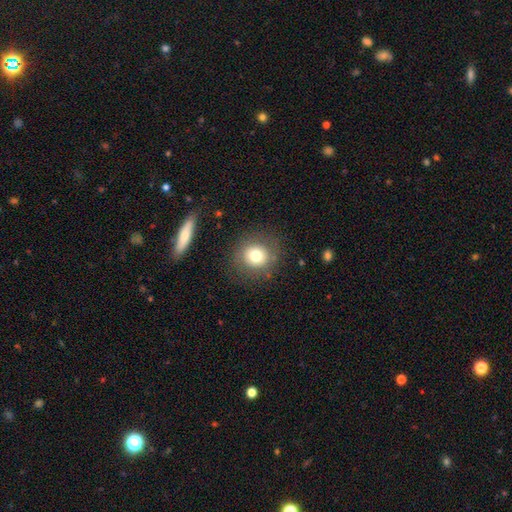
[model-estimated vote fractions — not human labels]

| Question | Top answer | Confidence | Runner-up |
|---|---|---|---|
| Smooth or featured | smooth | 73% | featured or disk (15%) |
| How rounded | round | 90% | in between (9%) |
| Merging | none | 83% | minor disturbance (10%) |